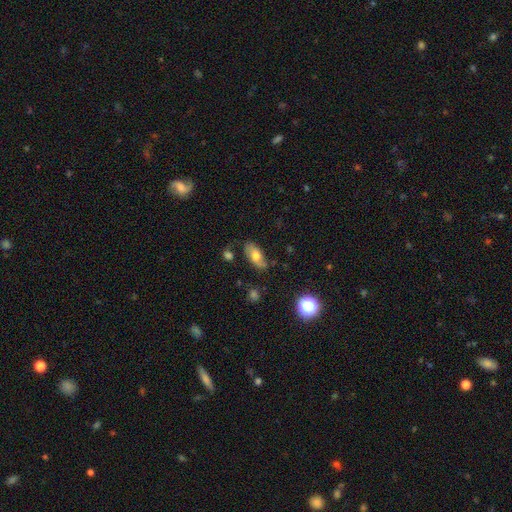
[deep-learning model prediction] Smooth or featured? smooth (60%)
How rounded? in between (88%)
Merging? none (67%)